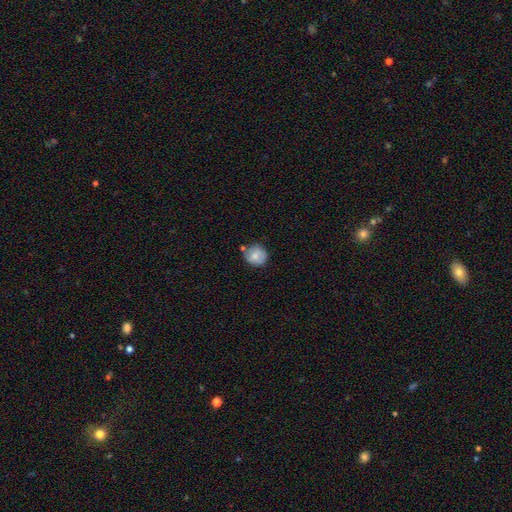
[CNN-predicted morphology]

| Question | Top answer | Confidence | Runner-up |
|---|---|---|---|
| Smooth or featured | smooth | 77% | featured or disk (15%) |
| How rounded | round | 84% | in between (15%) |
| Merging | none | 65% | minor disturbance (22%) |